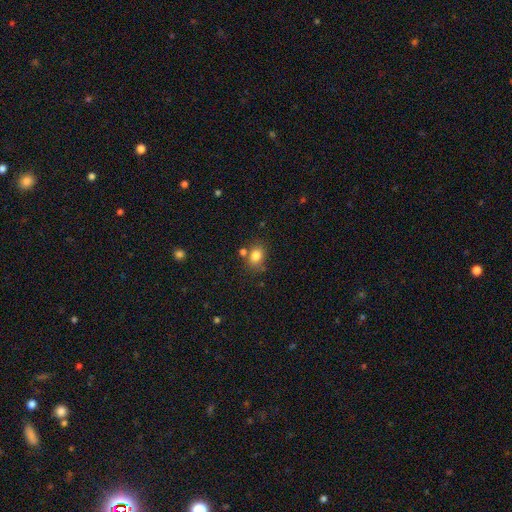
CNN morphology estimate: A smooth galaxy with no disk features (82%) that is in between round and cigar-shaped (53%). Merging: none (67%).